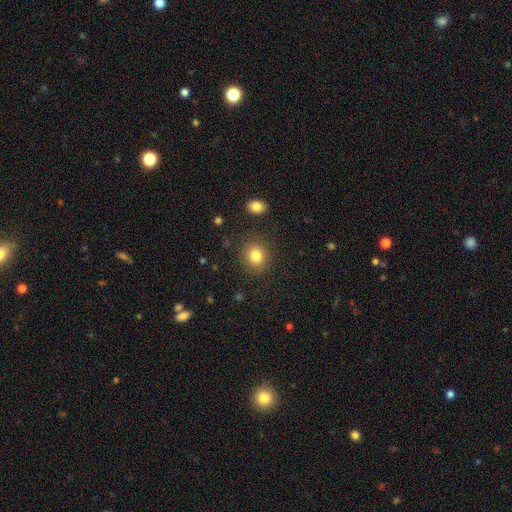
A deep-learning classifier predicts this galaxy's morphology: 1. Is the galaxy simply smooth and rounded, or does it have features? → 82% smooth, 11% star or artifact, 7% featured or disk.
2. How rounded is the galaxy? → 84% round, 15% in between, 1% cigar-shaped.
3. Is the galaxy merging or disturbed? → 87% none, 8% minor disturbance, 3% major disturbance, 2% merger.